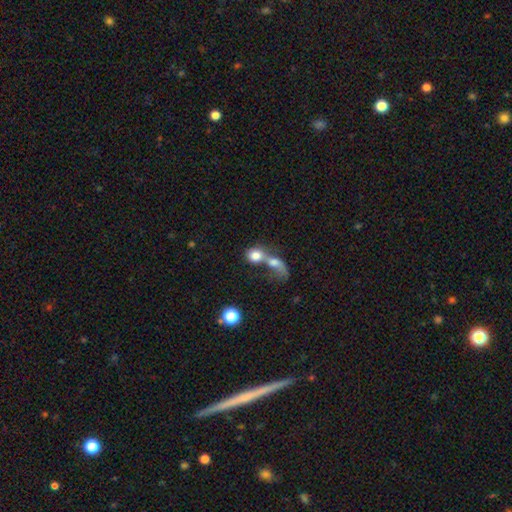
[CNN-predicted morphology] Overall: smooth (73%). How rounded: round (55%; in between 41%). Merging: merger (76%).